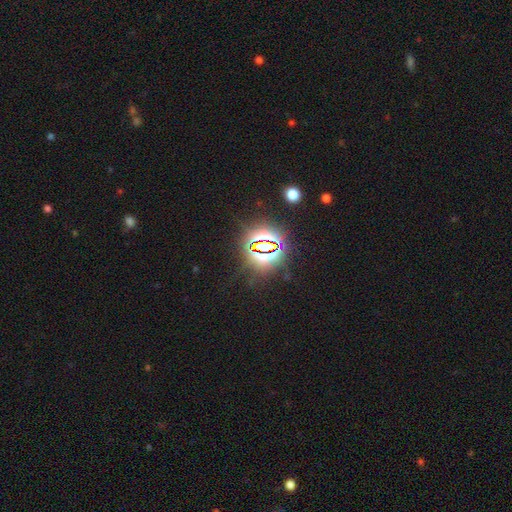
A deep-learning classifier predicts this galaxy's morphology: The model was most divided on "smooth or featured": star or artifact: 82%, smooth: 11%, featured or disk: 7%.